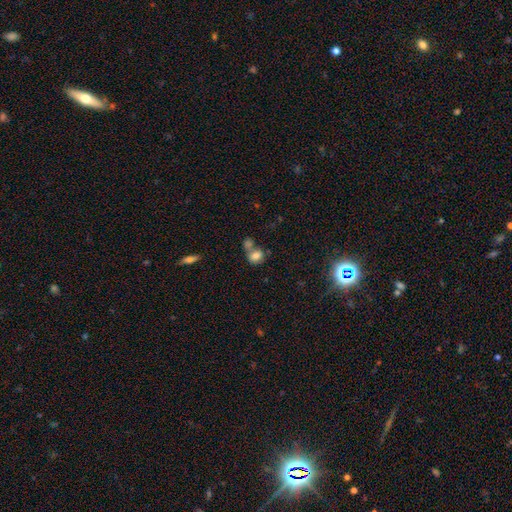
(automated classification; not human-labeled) smooth-or-featured: smooth: 78% | featured or disk: 12% | star or artifact: 11%
  how-rounded: round: 49% (tied) | in between: 49% (tied) | cigar-shaped: 2%
  merging: merger: 45% | none: 38% | minor disturbance: 11% | major disturbance: 5%